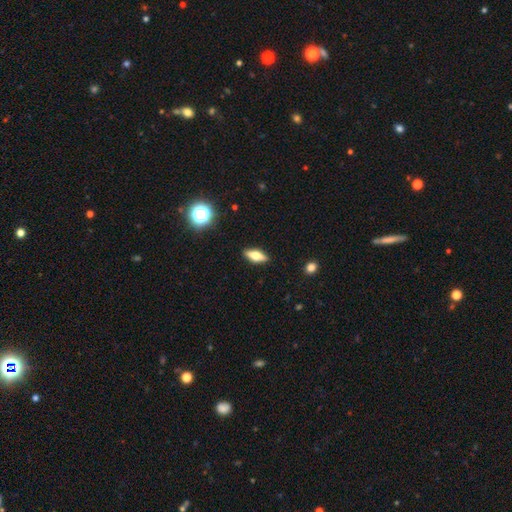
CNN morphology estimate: Smooth or featured? Predicted: smooth (p=0.52). How rounded? Predicted: in between (p=0.61). Merging? Predicted: none (p=0.89).